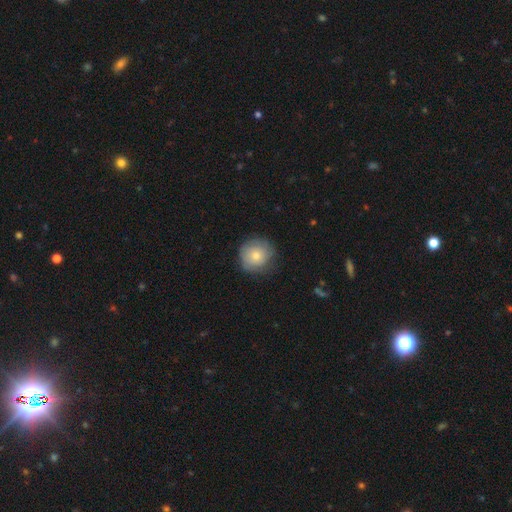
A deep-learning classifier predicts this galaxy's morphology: Q: Smooth or featured?
A: smooth (73%); runner-up: featured or disk (20%)
Q: How rounded?
A: round (92%); runner-up: in between (7%)
Q: Merging?
A: none (77%); runner-up: minor disturbance (18%)